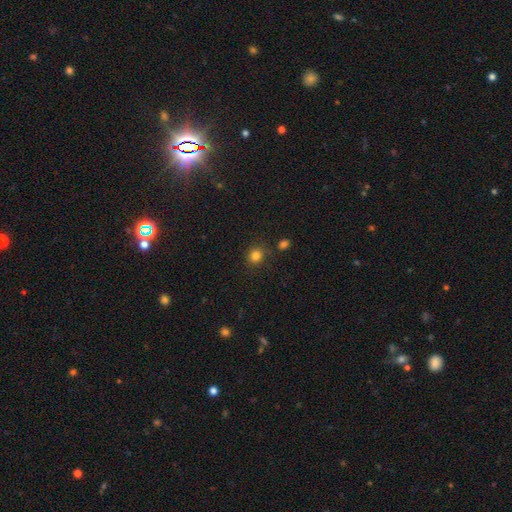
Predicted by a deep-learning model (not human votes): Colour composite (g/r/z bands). It shows a smooth galaxy with no disk features (82%) that is round (87%). Merging: none (83%).